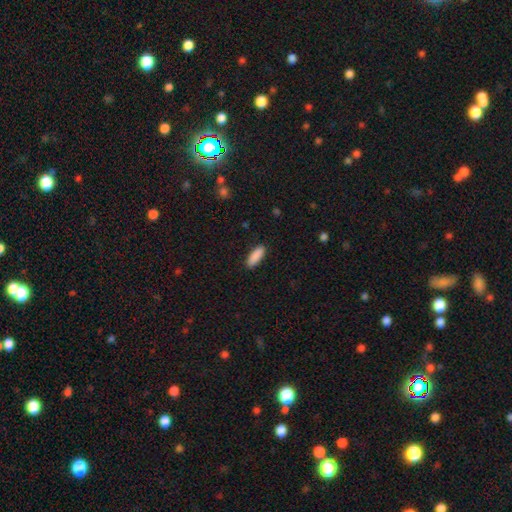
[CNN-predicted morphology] Overall: smooth (90%). How rounded: in between (63%; cigar-shaped 35%). Merging: none (89%).